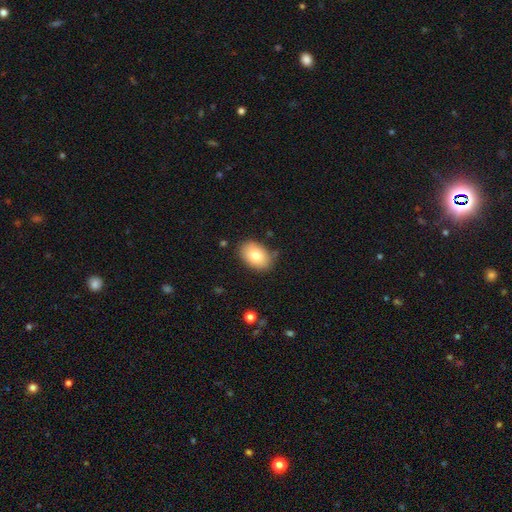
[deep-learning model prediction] Smooth or featured: smooth — 79% (featured or disk — 14%)
How rounded: in between — 84% (round — 15%)
Merging: none — 82% (minor disturbance — 13%)